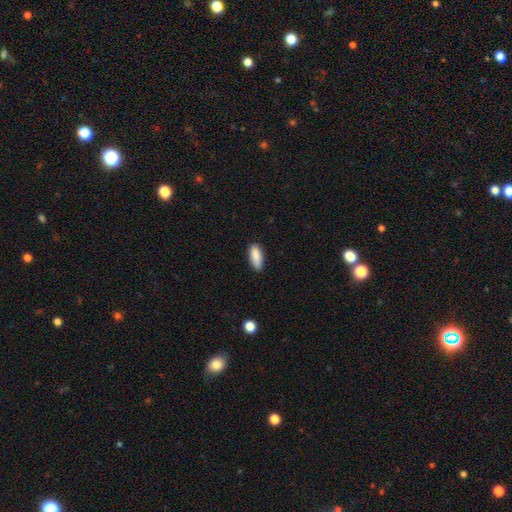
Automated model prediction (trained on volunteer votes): A smooth galaxy with no disk features (88%) that is in between round and cigar-shaped (76%).

Vote fractions:
- Smooth or featured? smooth: 88% / star or artifact: 7% / featured or disk: 5%
- How rounded? in between: 76% / cigar-shaped: 22% / round: 2%
- Merging? none: 82% / minor disturbance: 14% / major disturbance: 2% / merger: 1%